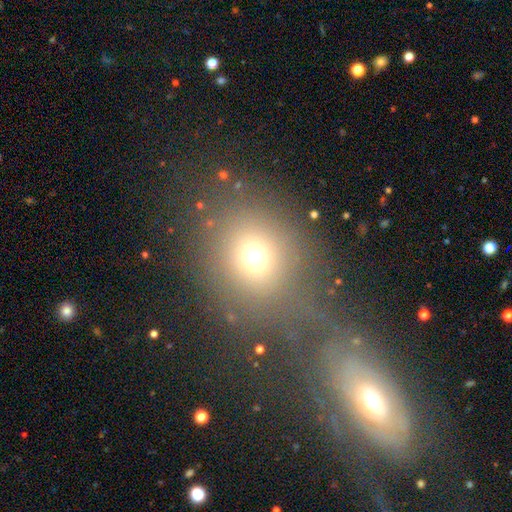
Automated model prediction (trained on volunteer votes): Morphology: type=smooth (67%); roundness=round (76%); merging=none (51%).